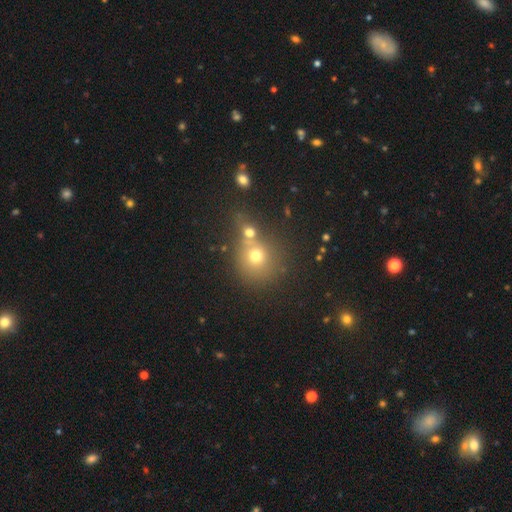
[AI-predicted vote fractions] A smooth galaxy with no disk features (67%) that is round (86%). Merging: none (49%).